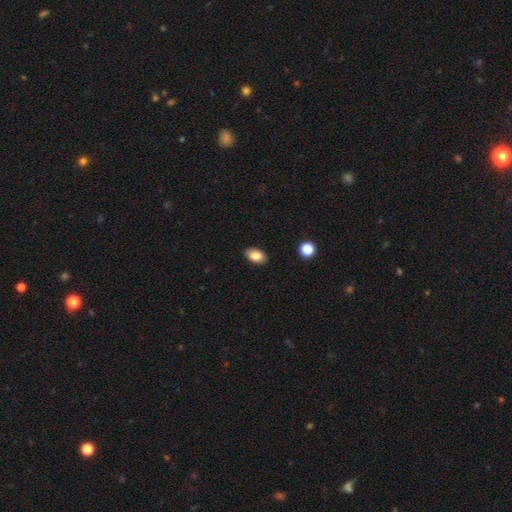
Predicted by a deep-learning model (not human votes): Q: Smooth or featured?
A: smooth (84%); runner-up: featured or disk (8%)
Q: How rounded?
A: in between (90%); runner-up: round (9%)
Q: Merging?
A: none (89%); runner-up: minor disturbance (8%)